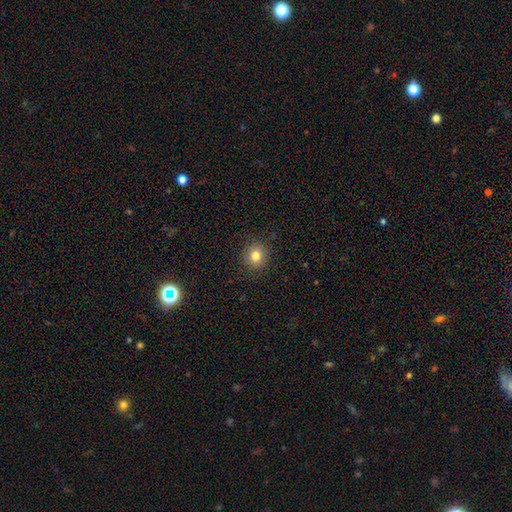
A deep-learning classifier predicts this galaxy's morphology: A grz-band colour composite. It shows a smooth galaxy with no disk features (81%) that is round (86%). Merging: none (90%).